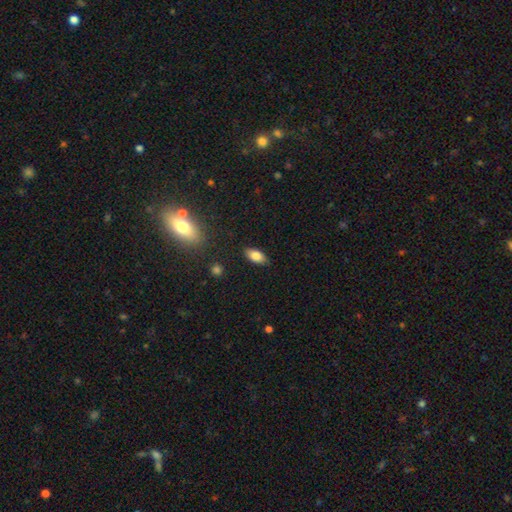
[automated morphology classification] Q: Smooth or featured?
A: smooth (81%); runner-up: featured or disk (10%)
Q: How rounded?
A: in between (91%); runner-up: cigar-shaped (6%)
Q: Merging?
A: none (86%); runner-up: minor disturbance (10%)